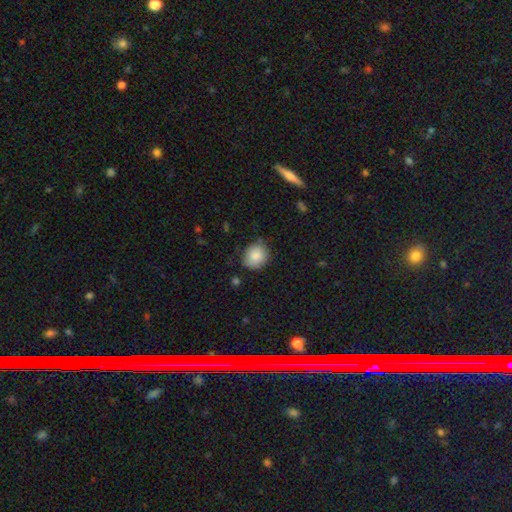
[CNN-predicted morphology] Smooth or featured: smooth — 86% (star or artifact — 8%)
How rounded: round — 76% (in between — 23%)
Merging: none — 75% (minor disturbance — 19%)